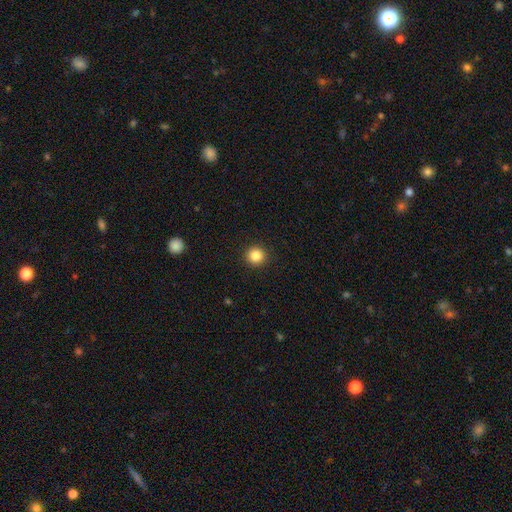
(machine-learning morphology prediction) smooth_or_featured: smooth (p=0.85) [alt: star or artifact p=0.11]
how_rounded: round (p=0.93) [alt: in between p=0.06]
merging: none (p=0.93) [alt: minor disturbance p=0.05]